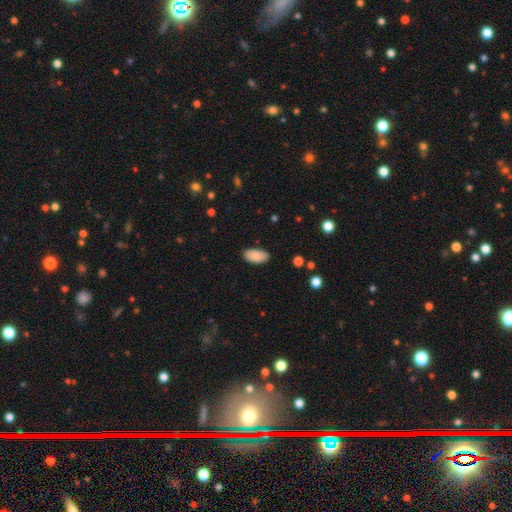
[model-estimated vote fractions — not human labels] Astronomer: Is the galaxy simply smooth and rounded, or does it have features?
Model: smooth — 89%.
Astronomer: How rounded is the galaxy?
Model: in between — 95%.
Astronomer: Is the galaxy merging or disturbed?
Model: none — 86%.